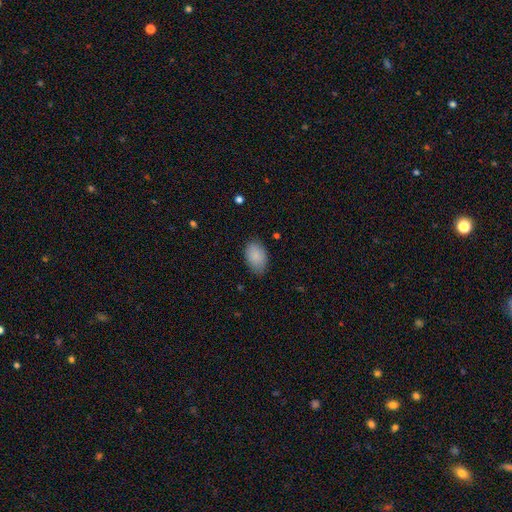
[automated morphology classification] smooth 88%, star or artifact 7%, featured or disk 6%. Down the decision tree: how rounded — in between (89%); merging — none (79%).